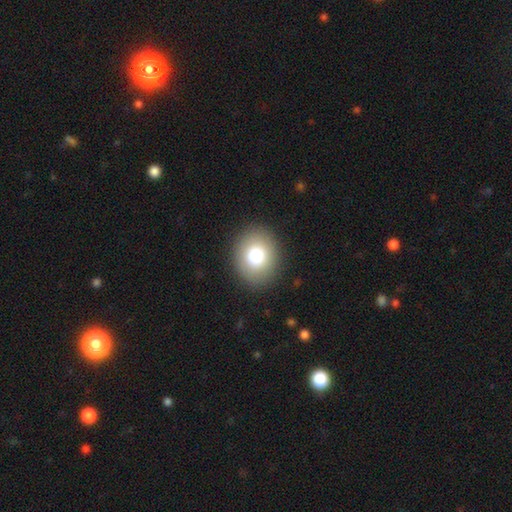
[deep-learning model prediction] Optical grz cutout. It shows a smooth galaxy with no disk features (81%) that is round (60%). Merging: none (89%).